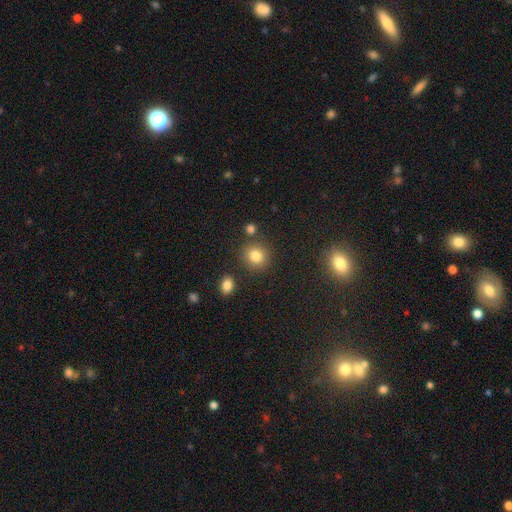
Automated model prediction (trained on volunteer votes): smooth_or_featured: smooth (p=0.82) [alt: star or artifact p=0.12]
how_rounded: round (p=0.84) [alt: in between p=0.15]
merging: none (p=0.82) [alt: minor disturbance p=0.09]